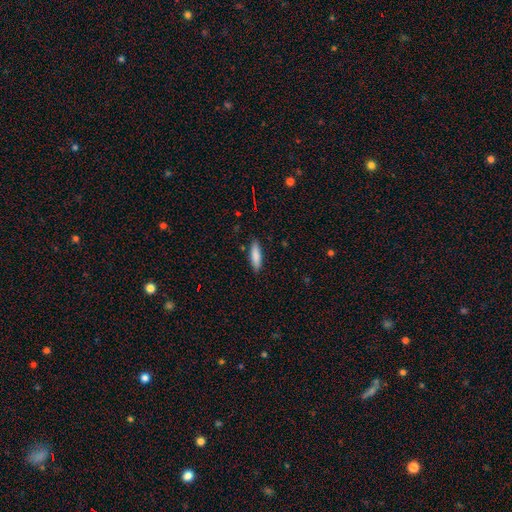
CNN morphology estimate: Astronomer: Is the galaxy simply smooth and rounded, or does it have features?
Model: smooth — 85%.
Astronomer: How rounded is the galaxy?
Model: cigar-shaped — 59% (runner-up: in between, 40%).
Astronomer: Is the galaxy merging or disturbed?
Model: none — 87%.